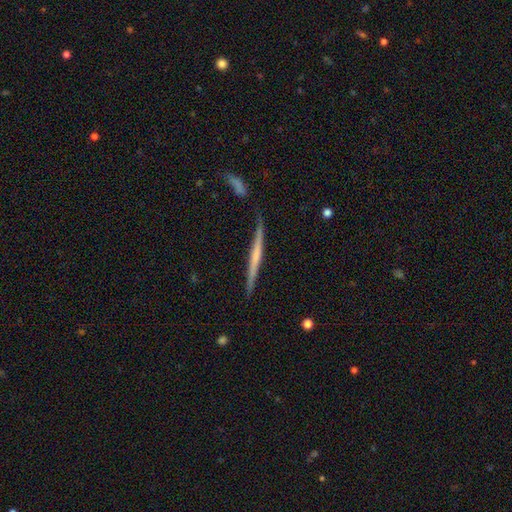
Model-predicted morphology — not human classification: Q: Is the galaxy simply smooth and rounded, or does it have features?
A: featured or disk — 58%.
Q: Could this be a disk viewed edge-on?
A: yes — 97%.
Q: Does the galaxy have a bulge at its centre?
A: none — 60%.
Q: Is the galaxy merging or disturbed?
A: none — 76%.